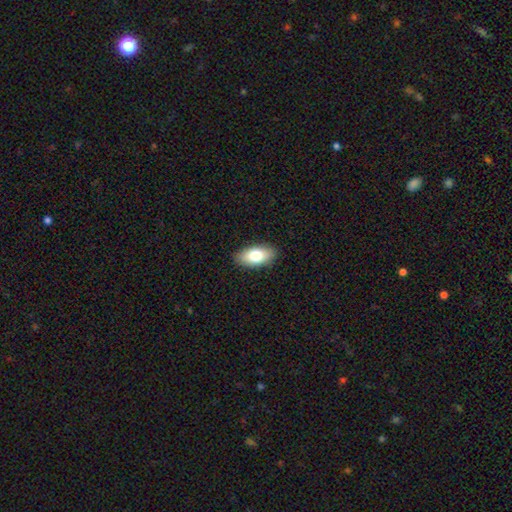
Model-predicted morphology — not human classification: Smooth or featured? Predicted: smooth (p=0.76). How rounded? Predicted: in between (p=0.91). Merging? Predicted: none (p=0.89).